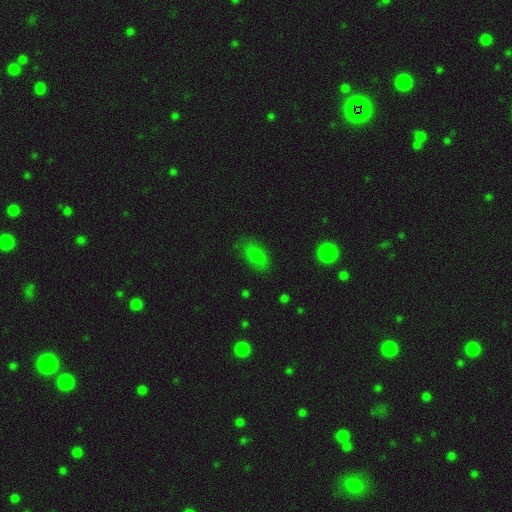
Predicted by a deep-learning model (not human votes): A smooth galaxy with no disk features (77%) that is in between round and cigar-shaped (88%). Merging: none (76%).